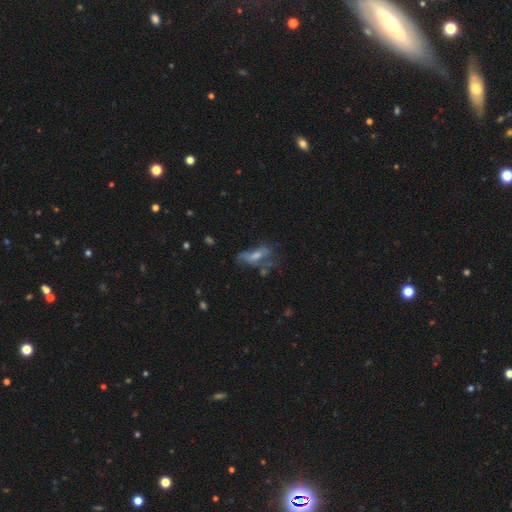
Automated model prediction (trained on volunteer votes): Q: Smooth or featured?
A: featured or disk (46%); runner-up: smooth (42%)
Q: Merging?
A: major disturbance (38%); runner-up: none (30%)